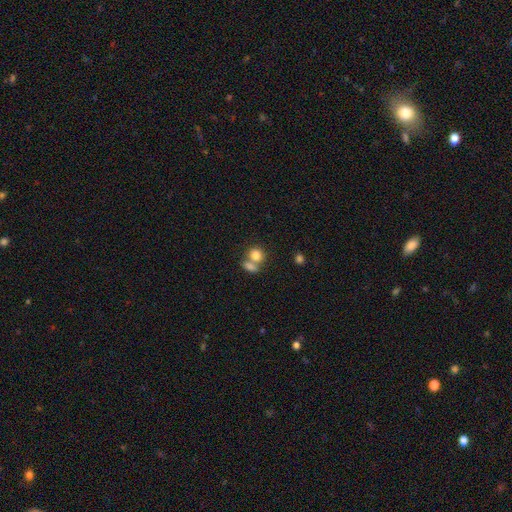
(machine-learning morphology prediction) This is clearly a smooth galaxy (80%). How rounded: likely round (68%). Merging: possibly merger (47%).